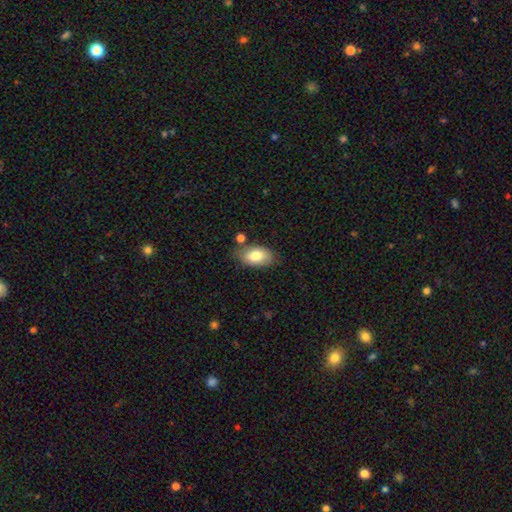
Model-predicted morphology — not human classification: type=smooth (80%); roundness=in between (93%); merging=none (74%).